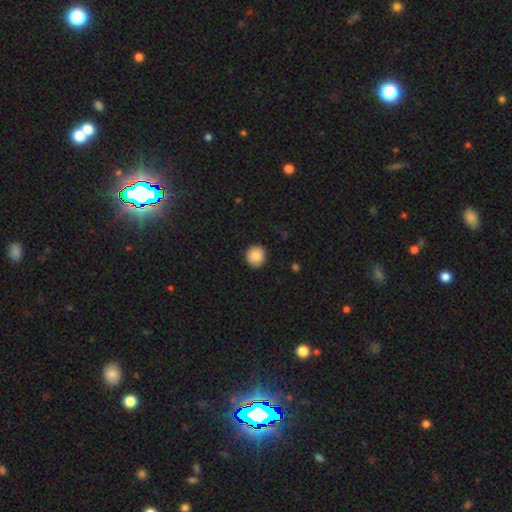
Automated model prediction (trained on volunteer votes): This appears to be a smooth galaxy with no disk features (87%) that is round (94%). Merging: none (90%).